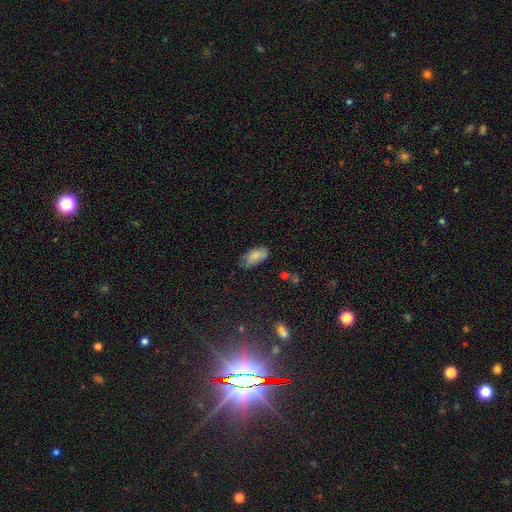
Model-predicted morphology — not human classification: This is likely a smooth galaxy (79%). How rounded: clearly in between (92%). Merging: likely none (63%).